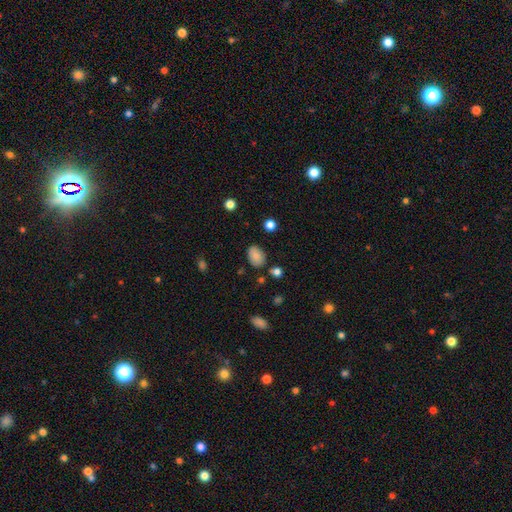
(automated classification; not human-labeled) This appears to be a smooth galaxy with no disk features (83%) that is in between round and cigar-shaped (78%). Merging: none (78%).